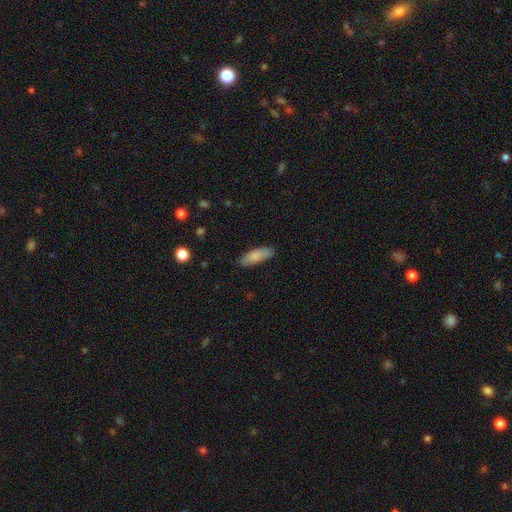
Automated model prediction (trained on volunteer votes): Smooth or featured: smooth — 85% (featured or disk — 9%)
How rounded: in between — 66% (cigar-shaped — 32%)
Merging: none — 84% (minor disturbance — 12%)